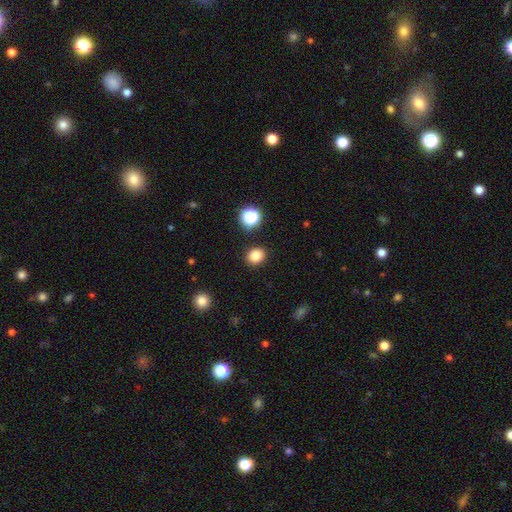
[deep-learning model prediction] Overall: smooth (82%). How rounded: round (71%). Merging: none (89%).